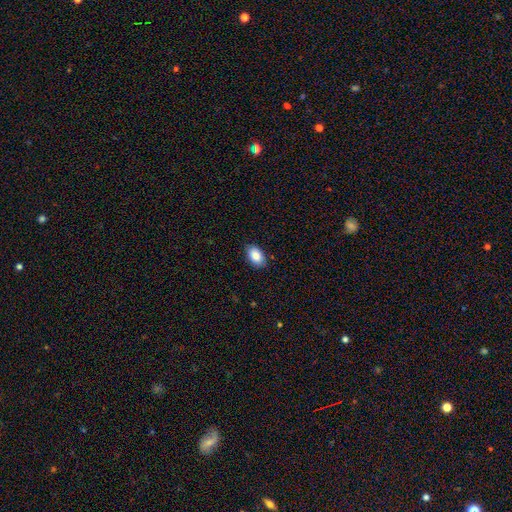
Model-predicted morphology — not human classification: smooth-or-featured: smooth: 85% | featured or disk: 7% | star or artifact: 7%
  how-rounded: in between: 90% | round: 8% | cigar-shaped: 1%
  merging: none: 86% | minor disturbance: 11% | major disturbance: 2% | merger: 1%